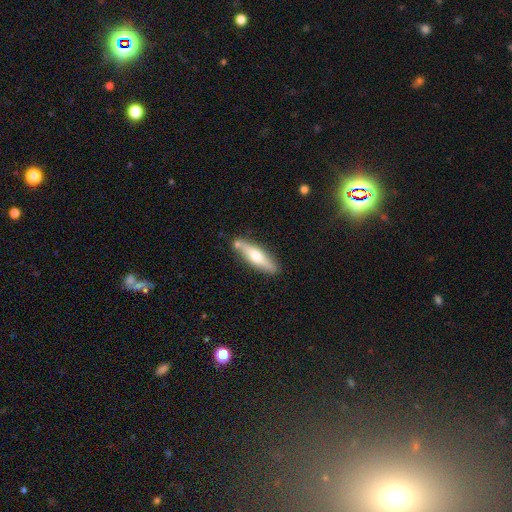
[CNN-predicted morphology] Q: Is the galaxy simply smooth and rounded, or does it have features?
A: smooth — 50%.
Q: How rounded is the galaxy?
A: cigar-shaped — 73%.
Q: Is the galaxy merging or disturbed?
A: none — 80%.